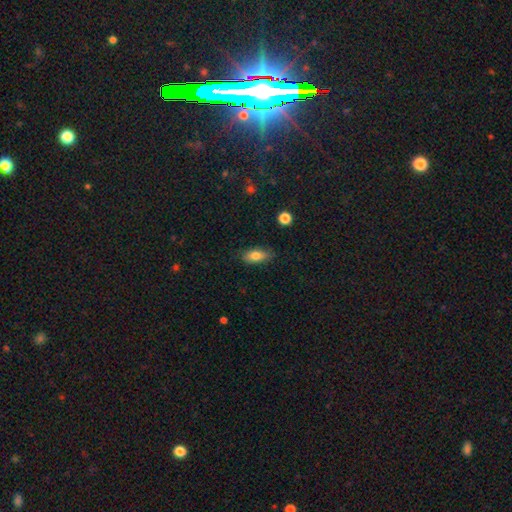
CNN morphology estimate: smooth-or-featured: smooth: 78% | featured or disk: 14% | star or artifact: 8%
  how-rounded: in between: 82% | cigar-shaped: 14% | round: 5%
  merging: none: 80% | minor disturbance: 15% | major disturbance: 3% | merger: 1%